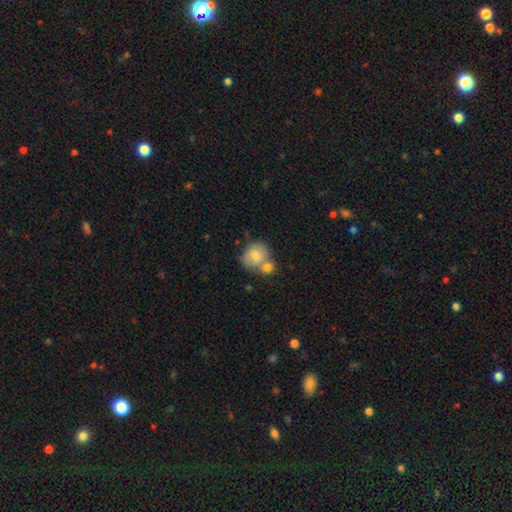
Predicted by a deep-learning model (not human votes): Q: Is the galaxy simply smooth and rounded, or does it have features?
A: smooth — 77%.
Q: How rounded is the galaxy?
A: round — 76%.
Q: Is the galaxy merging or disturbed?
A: merger — 49%.